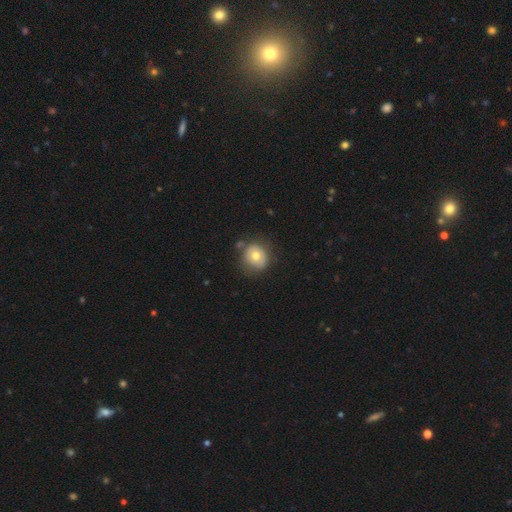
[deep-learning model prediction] This is likely a smooth galaxy (62%). How rounded: clearly round (83%). Merging: likely none (68%).